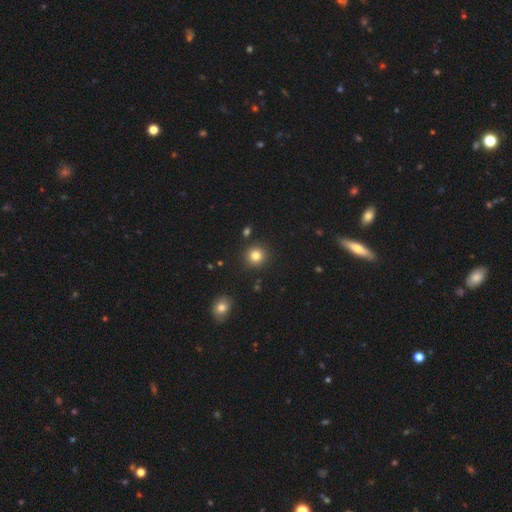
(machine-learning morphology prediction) Smooth or featured? Predicted: smooth (p=0.83). How rounded? Predicted: round (p=0.92). Merging? Predicted: none (p=0.90).